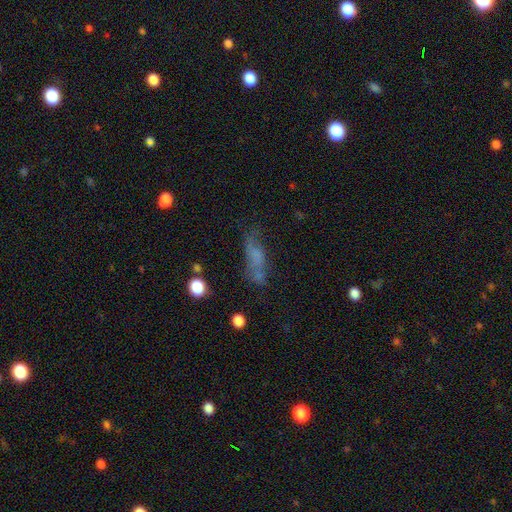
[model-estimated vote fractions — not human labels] Smooth or featured: smooth — 56% (featured or disk — 29%)
How rounded: in between — 57% (cigar-shaped — 37%)
Merging: none — 44% (minor disturbance — 24%)